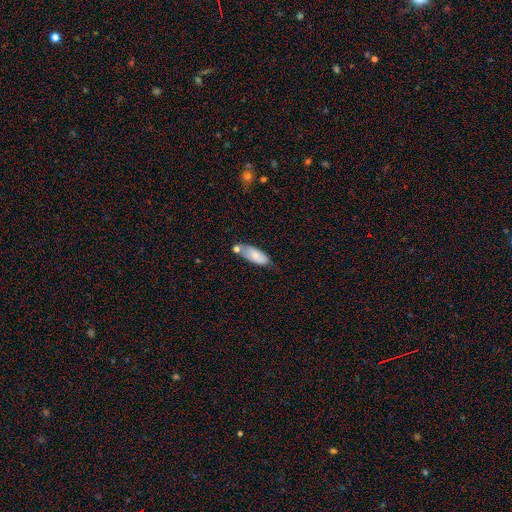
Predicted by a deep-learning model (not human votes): smooth 74%, featured or disk 19%, star or artifact 7%. Down the decision tree: how rounded — in between (78%); merging — none (46%).